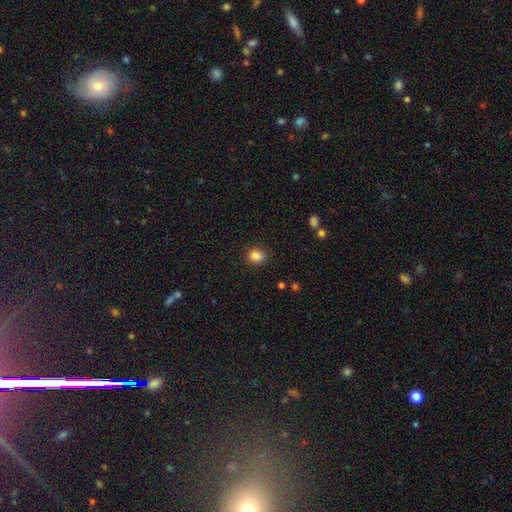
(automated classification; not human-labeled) This appears to be a smooth galaxy with no disk features (86%) that is round (61%). Merging: none (87%).